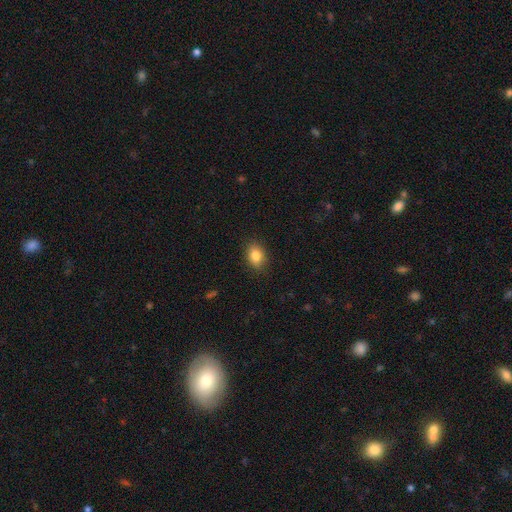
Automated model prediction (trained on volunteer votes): A smooth galaxy with no disk features (85%) that is in between round and cigar-shaped (76%). Merging: none (87%).